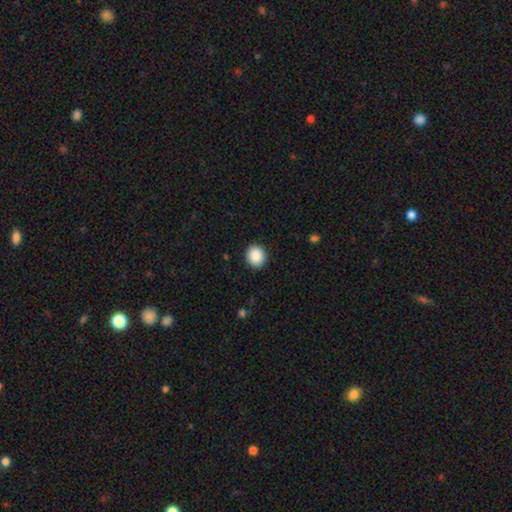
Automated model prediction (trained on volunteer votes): Smooth or featured? smooth (89%)
How rounded? round (79%)
Merging? none (92%)